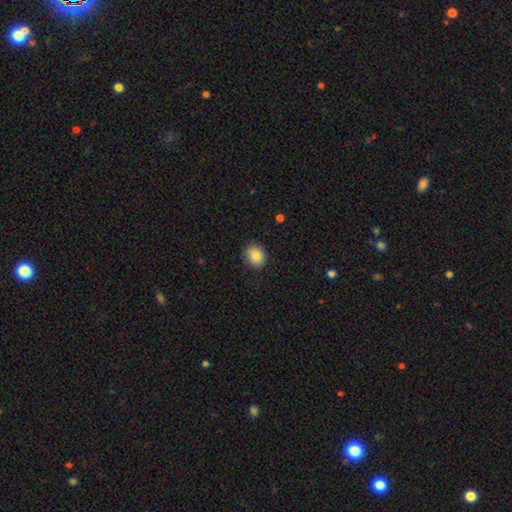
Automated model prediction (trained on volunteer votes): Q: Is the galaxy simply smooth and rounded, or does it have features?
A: smooth — 87%.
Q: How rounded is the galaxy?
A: round — 52%.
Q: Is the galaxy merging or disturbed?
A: none — 87%.